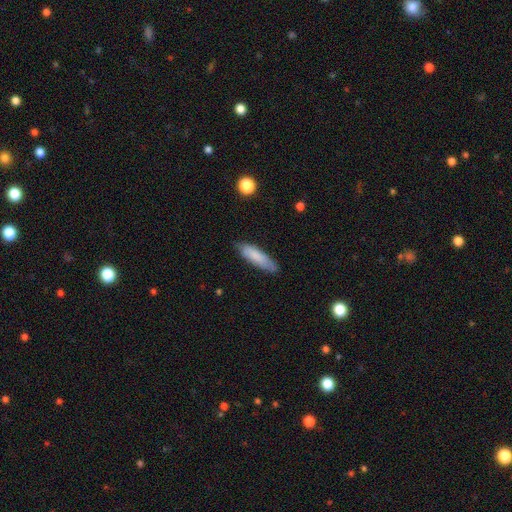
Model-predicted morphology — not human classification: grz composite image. It shows a smooth galaxy with no disk features (80%) that is cigar-shaped (65%). Merging: none (79%).